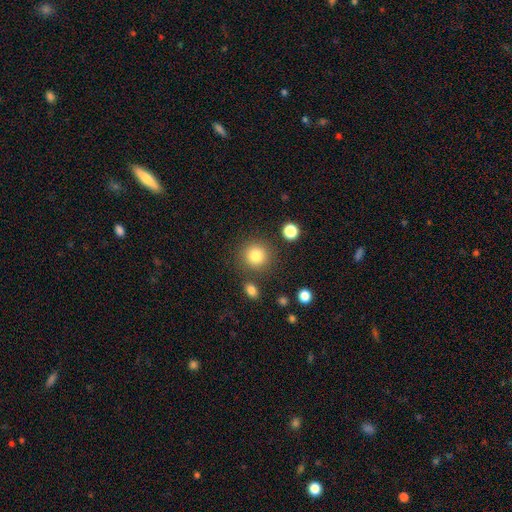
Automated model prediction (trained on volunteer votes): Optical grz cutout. It shows a smooth galaxy with no disk features (83%) that is round (91%). Merging: none (83%).